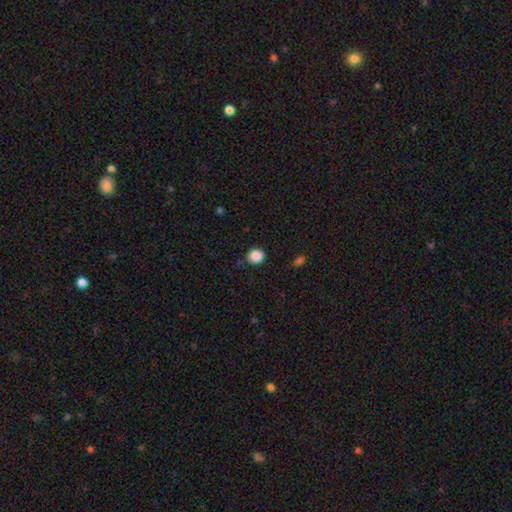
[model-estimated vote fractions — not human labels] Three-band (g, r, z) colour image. It shows a smooth galaxy with no disk features (87%) that is round (89%). Merging: none (87%).